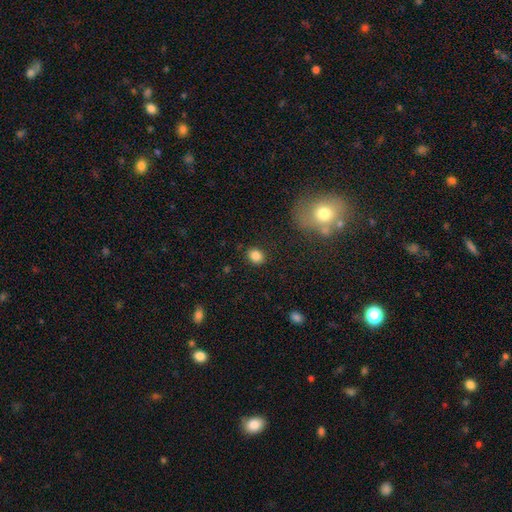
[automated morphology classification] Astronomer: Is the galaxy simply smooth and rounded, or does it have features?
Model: smooth — 85%.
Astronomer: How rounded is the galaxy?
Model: round — 61% (runner-up: in between, 38%).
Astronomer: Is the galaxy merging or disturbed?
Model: none — 87%.